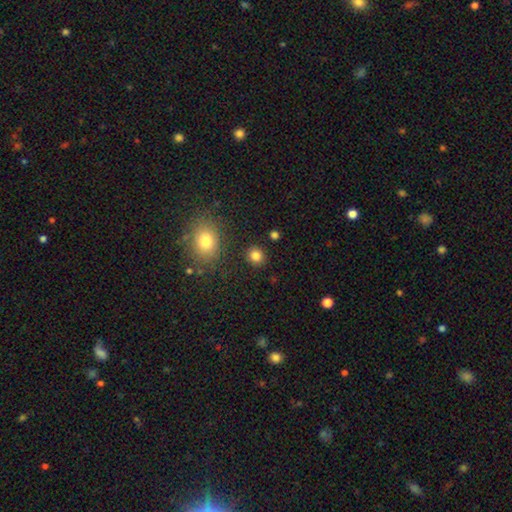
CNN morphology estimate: smooth-or-featured: smooth: 84% | star or artifact: 12% | featured or disk: 5%
  how-rounded: round: 83% | in between: 16% | cigar-shaped: 1%
  merging: none: 88% | minor disturbance: 6% | merger: 3% | major disturbance: 3%